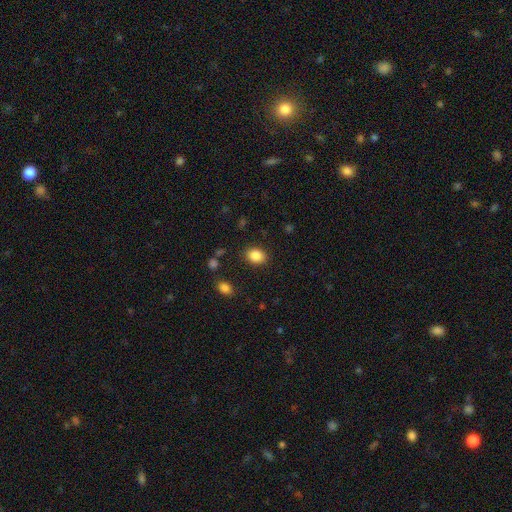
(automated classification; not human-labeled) Smooth or featured? smooth (86%)
How rounded? in between (66%)
Merging? none (86%)